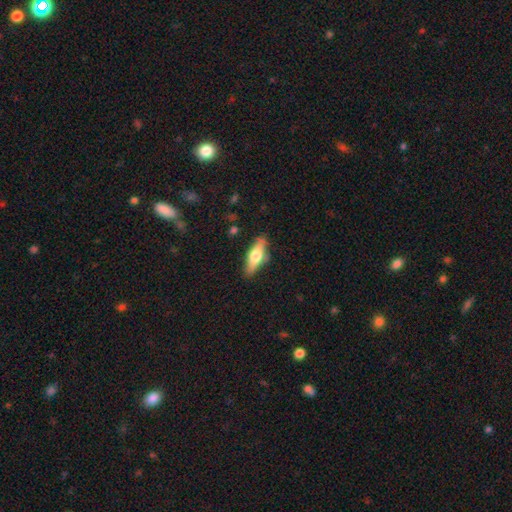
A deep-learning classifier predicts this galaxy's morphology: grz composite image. It shows a smooth galaxy with no disk features (56%) that is in between round and cigar-shaped (51%). Merging: none (82%).